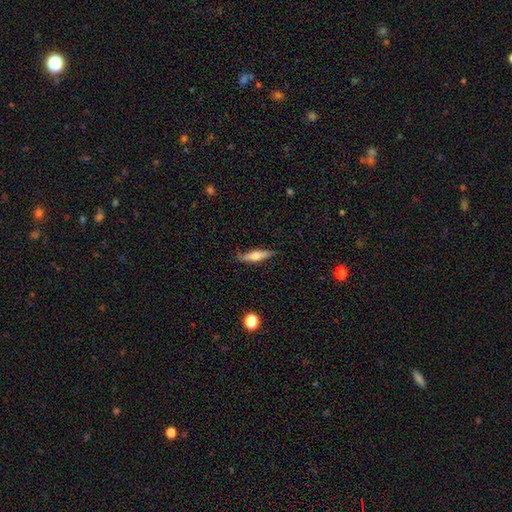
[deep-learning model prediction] Overall: smooth (50%; featured or disk 43%). How rounded: cigar-shaped (80%). Merging: none (86%).